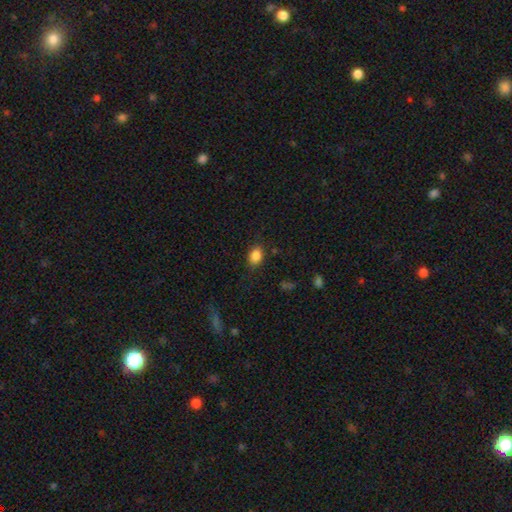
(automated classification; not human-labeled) Smooth or featured: smooth — 86% (star or artifact — 9%)
How rounded: in between — 69% (round — 30%)
Merging: none — 82% (minor disturbance — 13%)